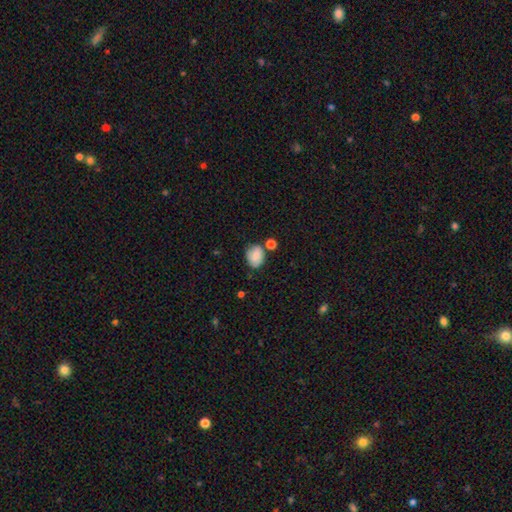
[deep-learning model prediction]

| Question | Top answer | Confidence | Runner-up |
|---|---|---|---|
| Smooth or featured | smooth | 79% | featured or disk (12%) |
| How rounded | in between | 57% | round (42%) |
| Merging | none | 63% | minor disturbance (20%) |